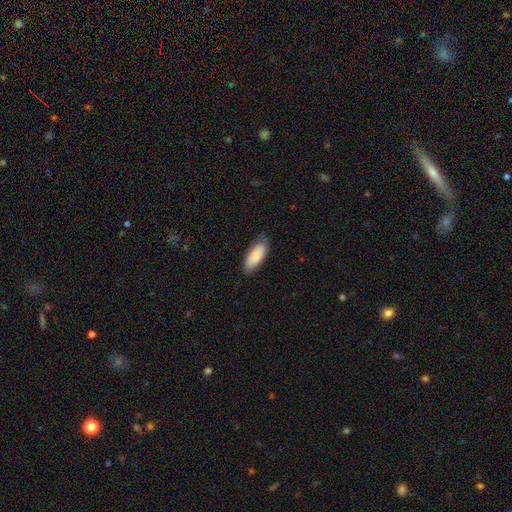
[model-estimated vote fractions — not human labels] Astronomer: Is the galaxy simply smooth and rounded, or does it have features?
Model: smooth — 82%.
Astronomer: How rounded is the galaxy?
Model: in between — 81%.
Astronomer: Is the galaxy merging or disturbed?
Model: none — 69%.